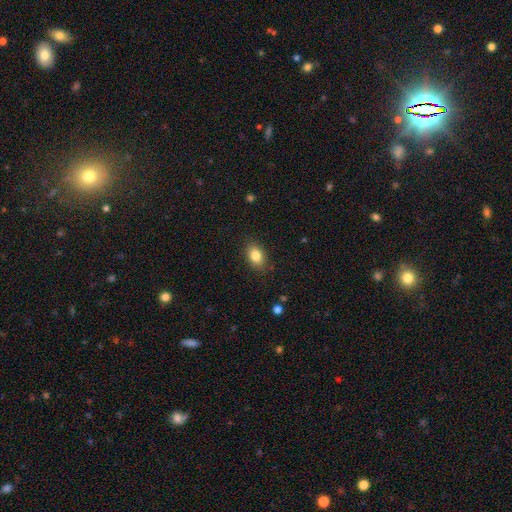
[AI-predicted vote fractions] Morphology: type=smooth (83%); roundness=in between (83%); merging=none (85%).